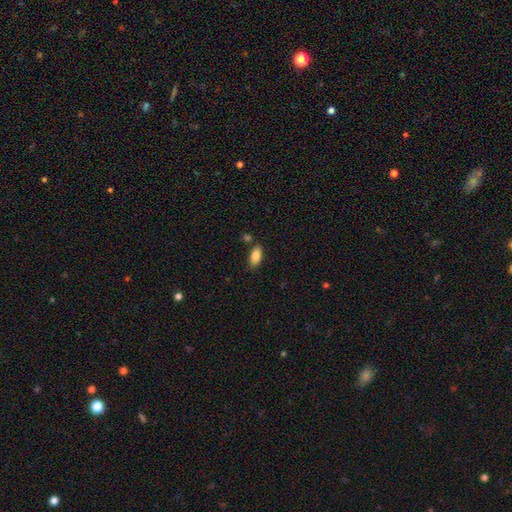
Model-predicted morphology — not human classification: type=smooth (84%); roundness=in between (90%); merging=none (77%).